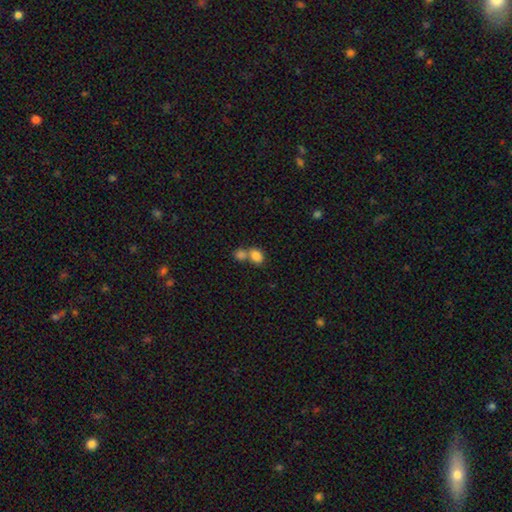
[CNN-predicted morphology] A smooth galaxy with no disk features (83%) that is in between round and cigar-shaped (56%).

Vote fractions:
- Smooth or featured? smooth: 83% / star or artifact: 10% / featured or disk: 8%
- How rounded? in between: 56% / round: 43% / cigar-shaped: 1%
- Merging? merger: 55% / none: 35% / minor disturbance: 7% / major disturbance: 3%